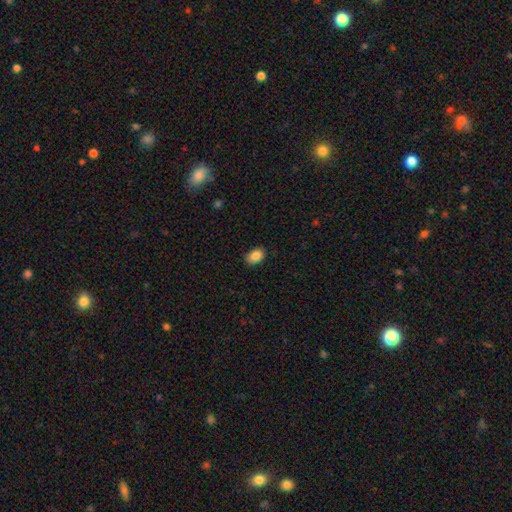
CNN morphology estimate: A smooth galaxy with no disk features (86%) that is in between round and cigar-shaped (85%). Merging: none (88%).